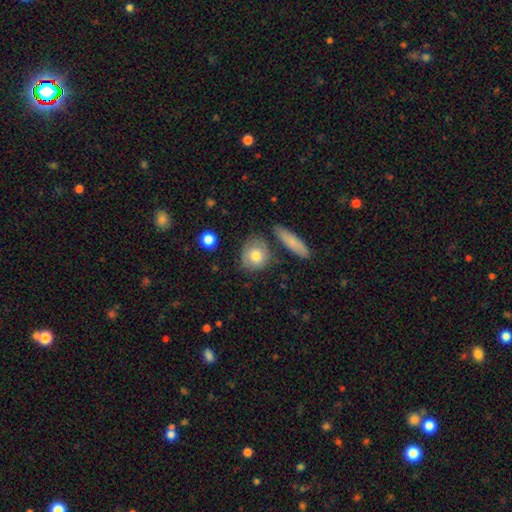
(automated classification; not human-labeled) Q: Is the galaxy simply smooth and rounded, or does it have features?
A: smooth — 76%.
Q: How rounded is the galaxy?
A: round — 74%.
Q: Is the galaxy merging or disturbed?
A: none — 68%.